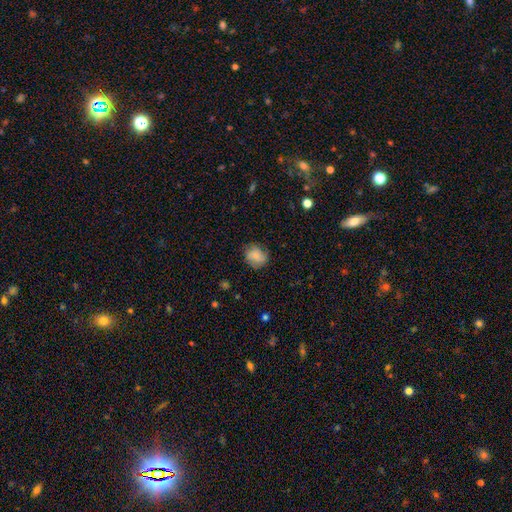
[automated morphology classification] Q: Smooth or featured?
A: smooth (72%); runner-up: featured or disk (20%)
Q: How rounded?
A: round (62%); runner-up: in between (37%)
Q: Merging?
A: none (71%); runner-up: minor disturbance (22%)